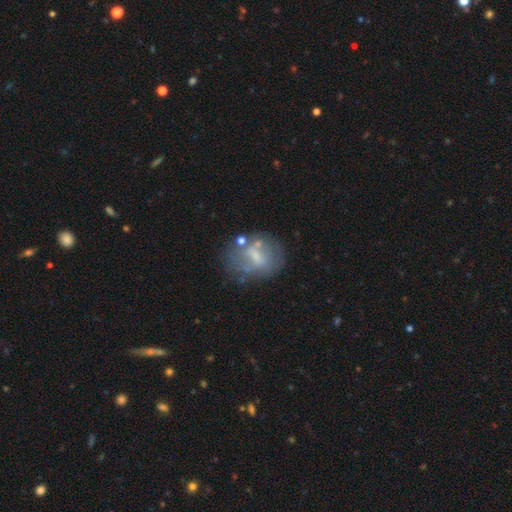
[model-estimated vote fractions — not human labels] Smooth or featured: featured or disk — 49% (smooth — 41%)
Merging: none — 53% (minor disturbance — 22%)